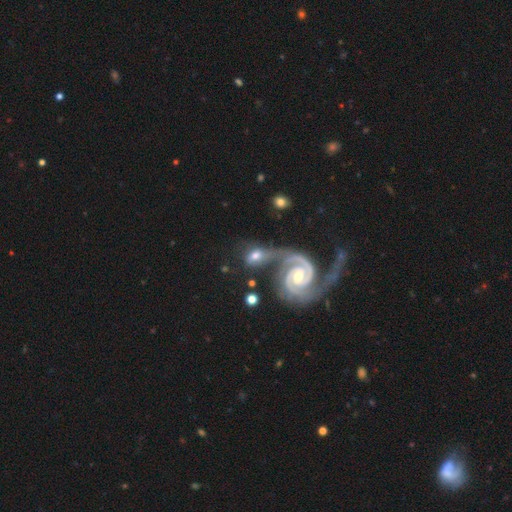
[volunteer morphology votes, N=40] Smooth or featured?
  - featured or disk: 57% *
  - smooth: 40%
  - star or artifact: 2%
Edge-on disk?
  - no: 100% *
  - yes: 0%
Bar?
  - weak: 43% *
  - no: 30%
  - strong: 26%
Spiral arms?
  - yes: 91% *
  - no: 9%
Spiral winding?
  - tight: 71% *
  - medium: 24%
  - loose: 5%
Spiral arm count?
  - 2: 95% *
  - 4: 5%
  - 1: 0%
  - 3: 0%
  - more than 4: 0%
  - can't tell: 0%
Bulge size?
  - moderate: 78% *
  - small: 22%
  - dominant: 0%
  - large: 0%
  - none: 0%
Merging?
  - merger: 59% *
  - major disturbance: 21%
  - none: 10%
  - minor disturbance: 10%